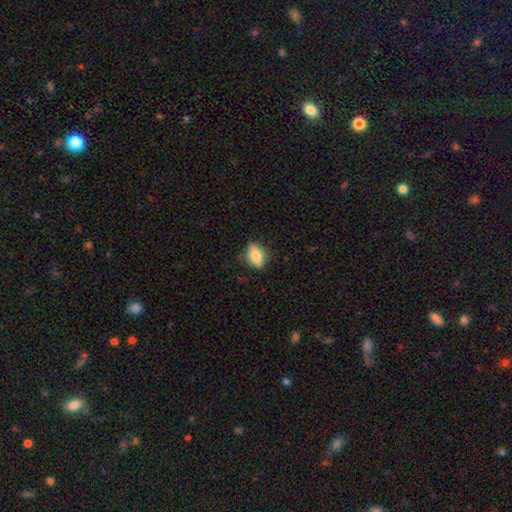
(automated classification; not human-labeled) This is likely a smooth galaxy (69%). How rounded: likely in between (77%). Merging: likely none (74%).